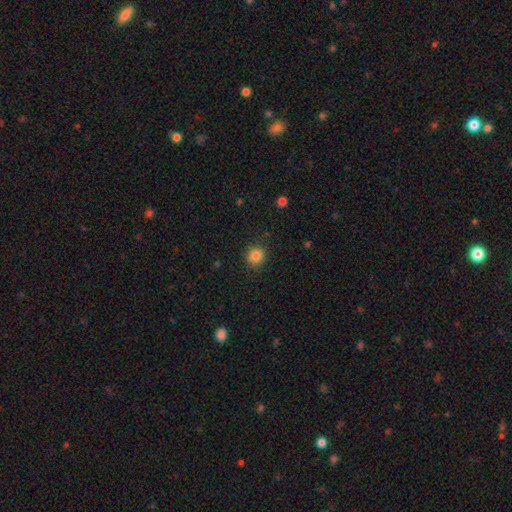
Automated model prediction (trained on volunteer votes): Smooth or featured: smooth — 85% (star or artifact — 11%)
How rounded: round — 88% (in between — 11%)
Merging: none — 90% (minor disturbance — 7%)